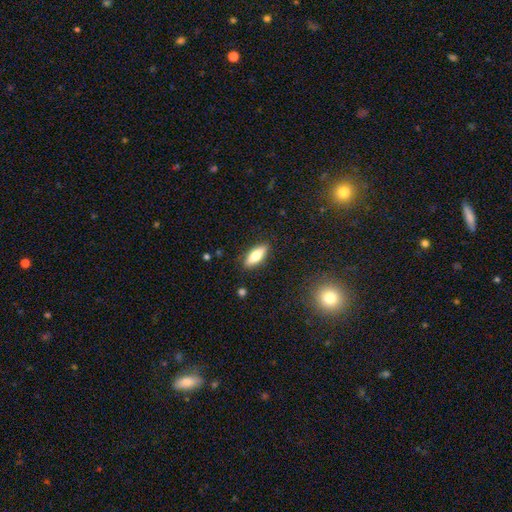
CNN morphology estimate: Smooth or featured? smooth (67%)
How rounded? in between (64%)
Merging? none (87%)